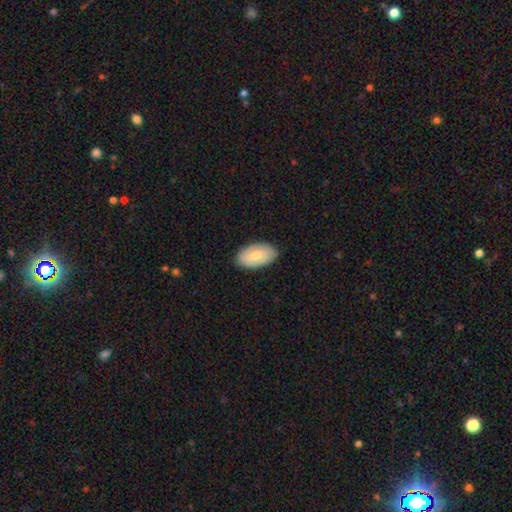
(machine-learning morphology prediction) This is likely a smooth galaxy (67%). How rounded: clearly in between (94%). Merging: clearly none (83%).